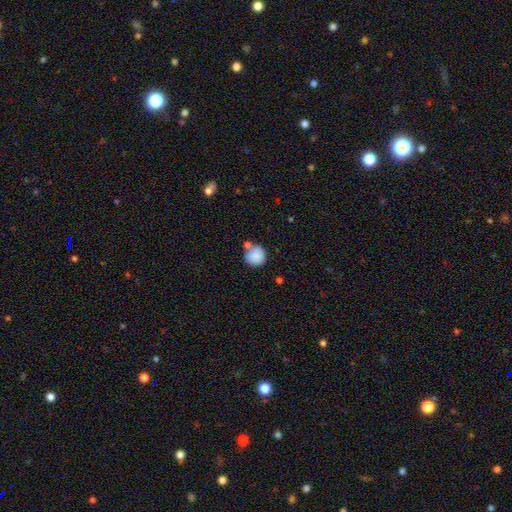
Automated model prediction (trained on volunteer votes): Smooth or featured? smooth (86%)
How rounded? round (91%)
Merging? none (61%)